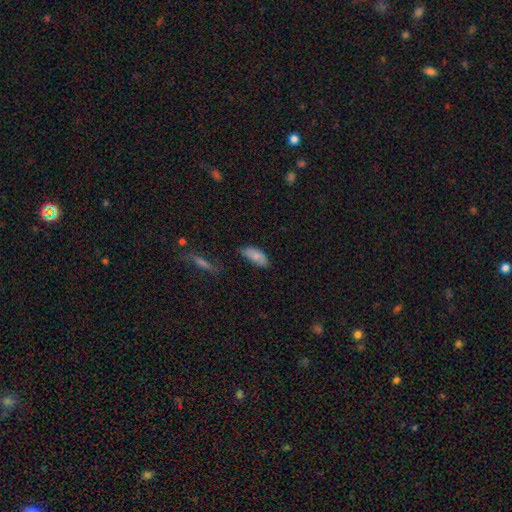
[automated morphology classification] A smooth galaxy with no disk features (83%) that is in between round and cigar-shaped (86%).

Vote fractions:
- Smooth or featured? smooth: 83% / featured or disk: 10% / star or artifact: 7%
- How rounded? in between: 86% / cigar-shaped: 12% / round: 2%
- Merging? none: 62% / minor disturbance: 29% / major disturbance: 6% / merger: 3%